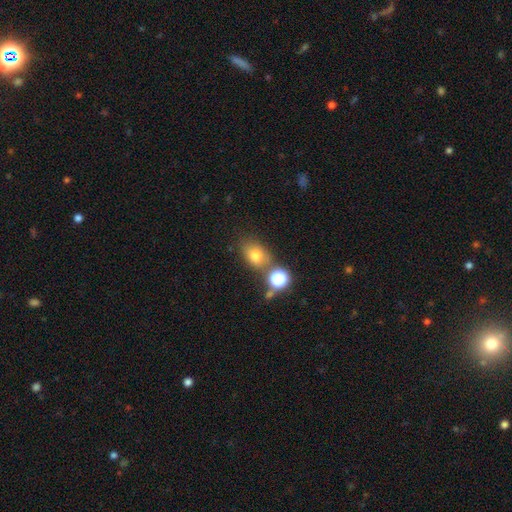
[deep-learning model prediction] Smooth or featured? Predicted: smooth (p=0.74). How rounded? Predicted: in between (p=0.62). Merging? Predicted: none (p=0.62).